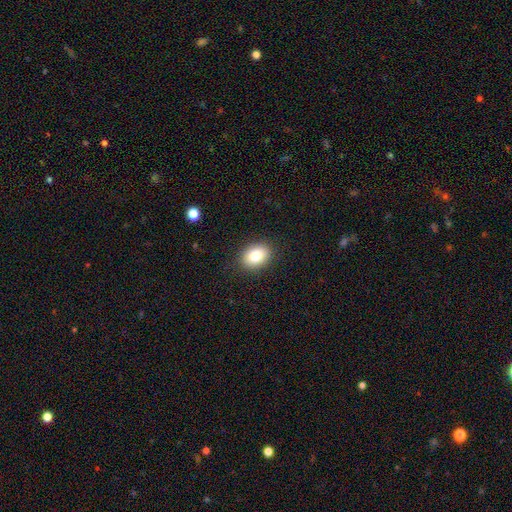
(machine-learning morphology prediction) smooth_or_featured: smooth (p=0.83) [alt: star or artifact p=0.09]
how_rounded: in between (p=0.69) [alt: round p=0.30]
merging: none (p=0.88) [alt: minor disturbance p=0.08]